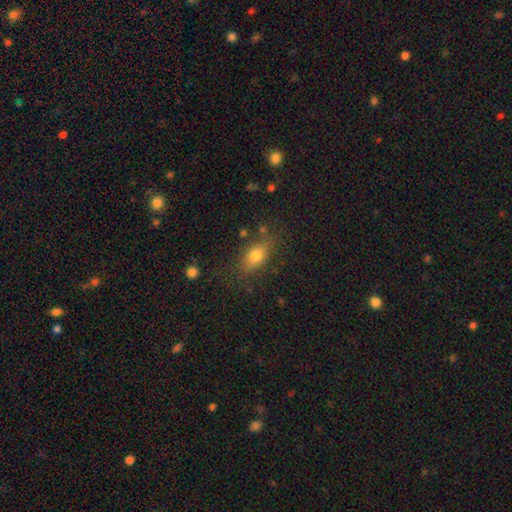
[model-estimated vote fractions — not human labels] Overall: smooth (77%). How rounded: in between (80%). Merging: none (74%).